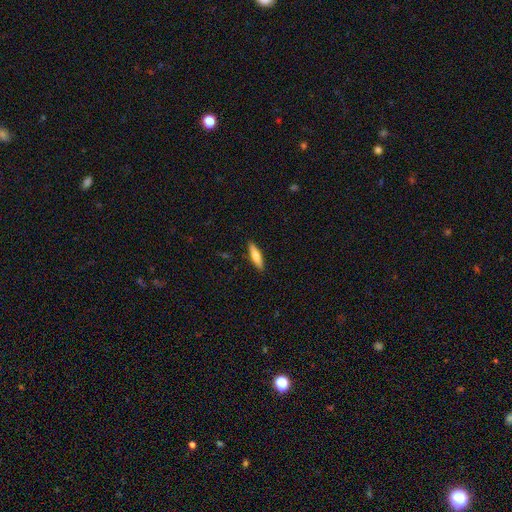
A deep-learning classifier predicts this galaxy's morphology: Smooth or featured? smooth (64%)
How rounded? cigar-shaped (66%)
Merging? none (89%)